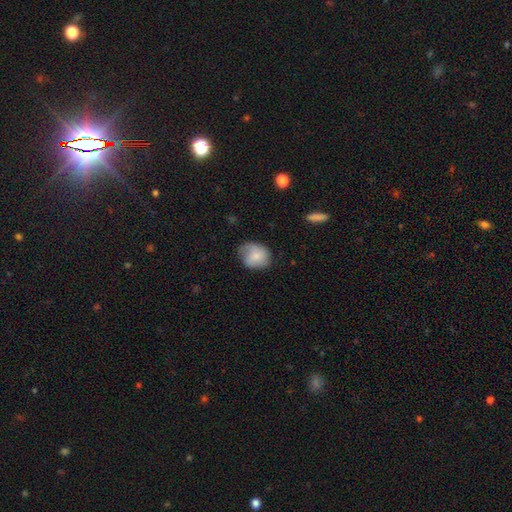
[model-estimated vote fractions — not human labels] The model was most divided on "how rounded": round: 58%, in between: 41%, cigar-shaped: 1%. More confident: smooth or featured — smooth (78%); merging — none (58%).